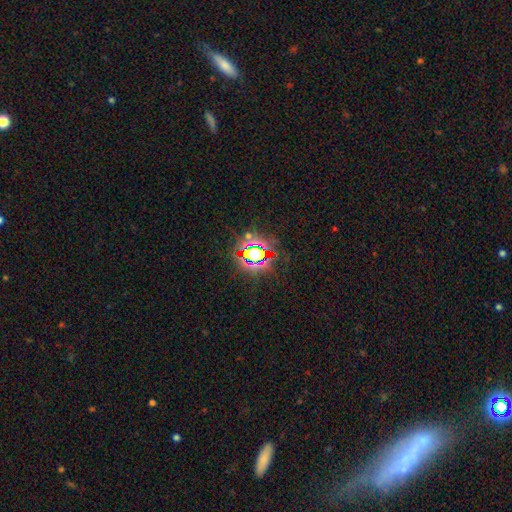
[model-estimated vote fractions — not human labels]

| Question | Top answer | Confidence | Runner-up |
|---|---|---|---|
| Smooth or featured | star or artifact | 69% | smooth (19%) |